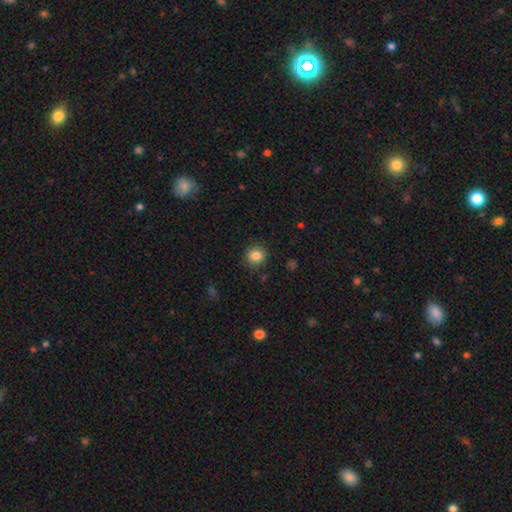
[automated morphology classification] A smooth galaxy with no disk features (85%) that is round (87%).

Vote fractions:
- Smooth or featured? smooth: 85% / star or artifact: 10% / featured or disk: 5%
- How rounded? round: 87% / in between: 12% / cigar-shaped: 1%
- Merging? none: 88% / minor disturbance: 8% / major disturbance: 2% / merger: 1%